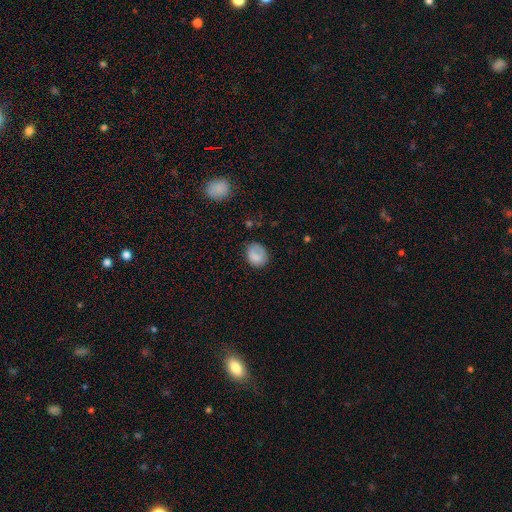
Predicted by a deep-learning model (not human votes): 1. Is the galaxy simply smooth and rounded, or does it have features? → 80% smooth, 11% featured or disk, 9% star or artifact.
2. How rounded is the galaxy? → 57% round, 42% in between, 1% cigar-shaped.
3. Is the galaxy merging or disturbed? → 66% none, 22% minor disturbance, 9% major disturbance, 2% merger.